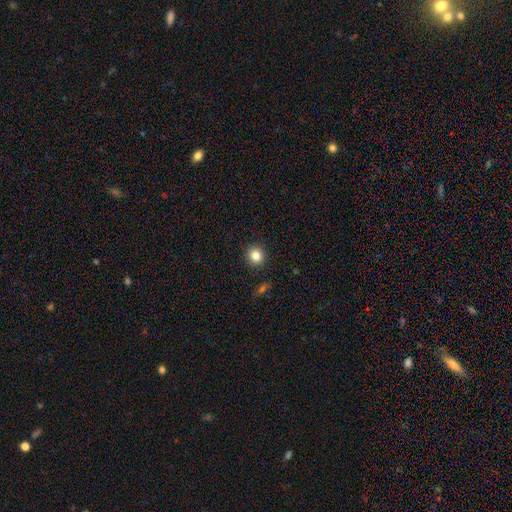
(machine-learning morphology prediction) Q: Smooth or featured?
A: smooth (83%); runner-up: star or artifact (11%)
Q: How rounded?
A: round (88%); runner-up: in between (11%)
Q: Merging?
A: none (91%); runner-up: minor disturbance (6%)